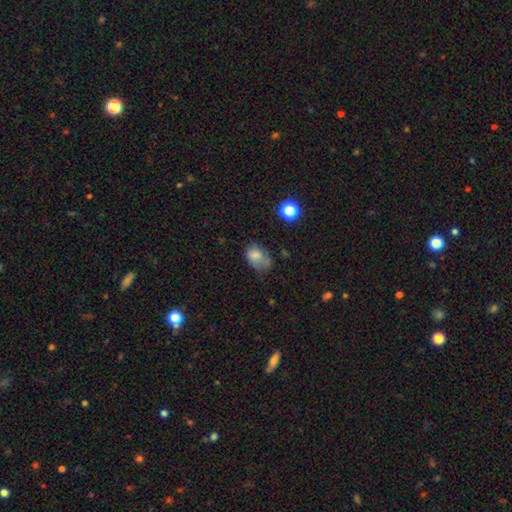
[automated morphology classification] Smooth or featured? Predicted: smooth (p=0.74). How rounded? Predicted: in between (p=0.76). Merging? Predicted: none (p=0.40).